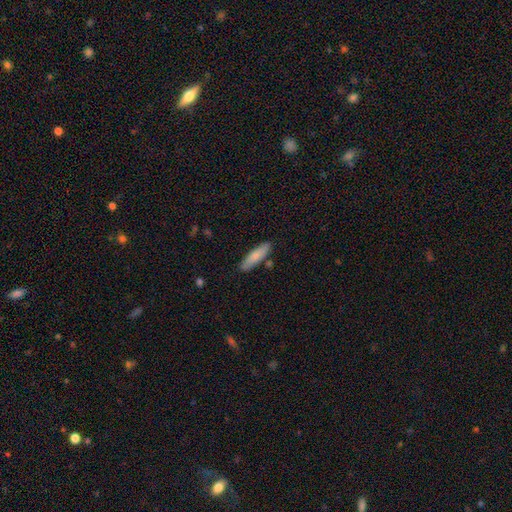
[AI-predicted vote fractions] smooth_or_featured: smooth (p=0.78) [alt: featured or disk p=0.16]
how_rounded: cigar-shaped (p=0.65) [alt: in between p=0.33]
merging: none (p=0.84) [alt: minor disturbance p=0.11]